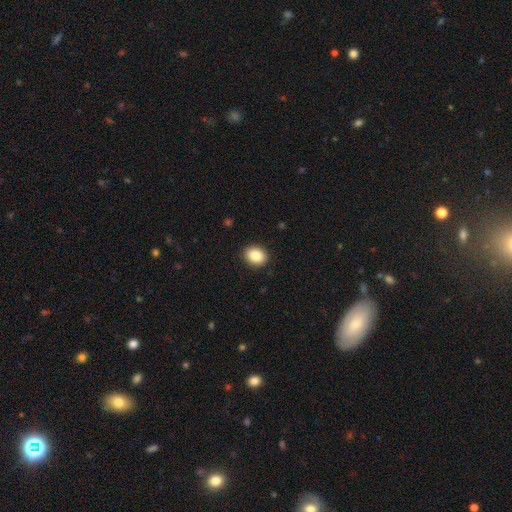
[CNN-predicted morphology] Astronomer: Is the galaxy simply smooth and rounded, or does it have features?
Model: smooth — 87%.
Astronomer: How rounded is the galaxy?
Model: in between — 50% (runner-up: round, 49%).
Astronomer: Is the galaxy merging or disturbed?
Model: none — 91%.